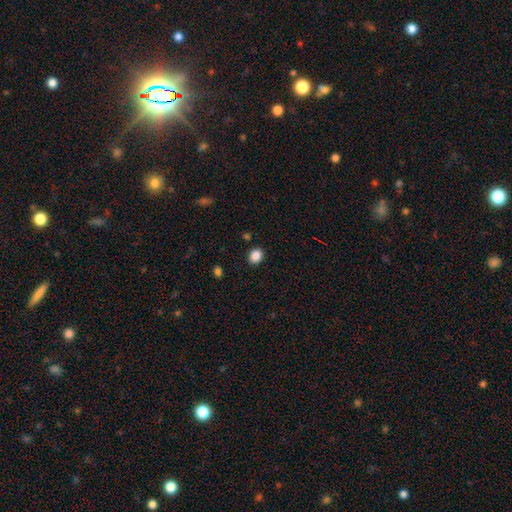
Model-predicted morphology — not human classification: Smooth or featured?
  - smooth: 87% *
  - star or artifact: 10%
  - featured or disk: 3%
How rounded?
  - round: 61% *
  - in between: 38%
  - cigar-shaped: 1%
Merging?
  - none: 89% *
  - minor disturbance: 7%
  - major disturbance: 2%
  - merger: 2%